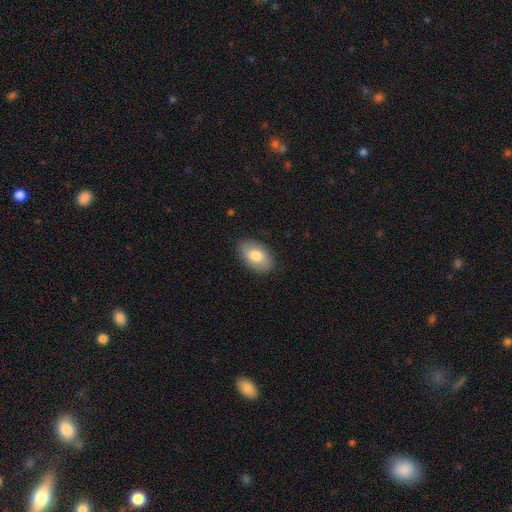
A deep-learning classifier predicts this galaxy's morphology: Smooth or featured? smooth (77%)
How rounded? in between (91%)
Merging? none (86%)